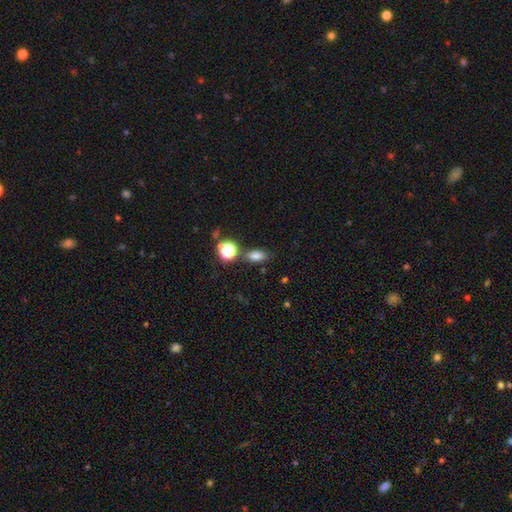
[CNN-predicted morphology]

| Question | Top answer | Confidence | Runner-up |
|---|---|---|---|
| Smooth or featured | smooth | 76% | star or artifact (16%) |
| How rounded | in between | 77% | round (15%) |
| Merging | none | 74% | minor disturbance (13%) |